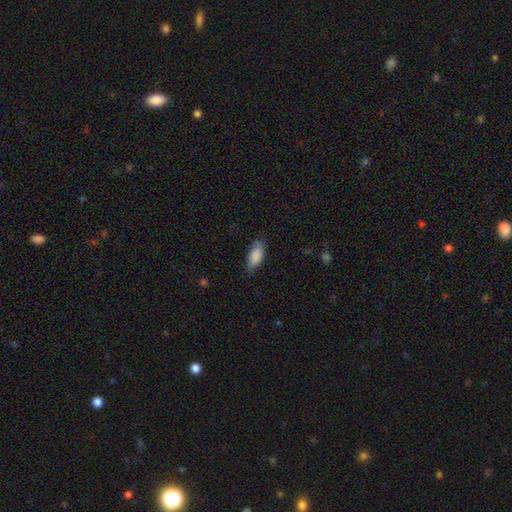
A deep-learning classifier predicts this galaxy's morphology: smooth-or-featured: smooth: 86% | featured or disk: 8% | star or artifact: 6%
  how-rounded: in between: 88% | cigar-shaped: 10% | round: 2%
  merging: none: 76% | minor disturbance: 19% | major disturbance: 4% | merger: 1%